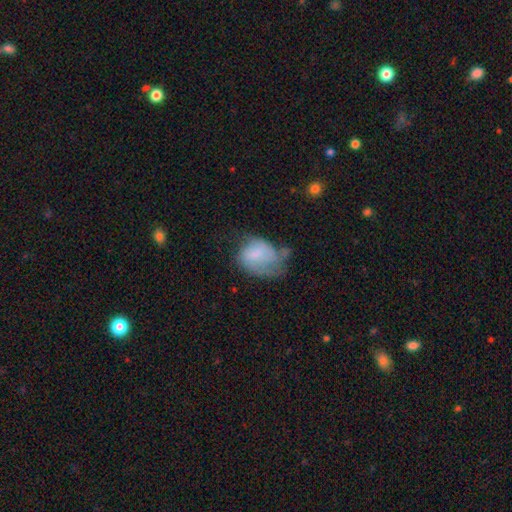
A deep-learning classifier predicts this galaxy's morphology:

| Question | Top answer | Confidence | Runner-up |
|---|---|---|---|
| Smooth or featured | smooth | 59% | featured or disk (33%) |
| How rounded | in between | 73% | round (26%) |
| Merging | major disturbance | 36% | minor disturbance (35%) |